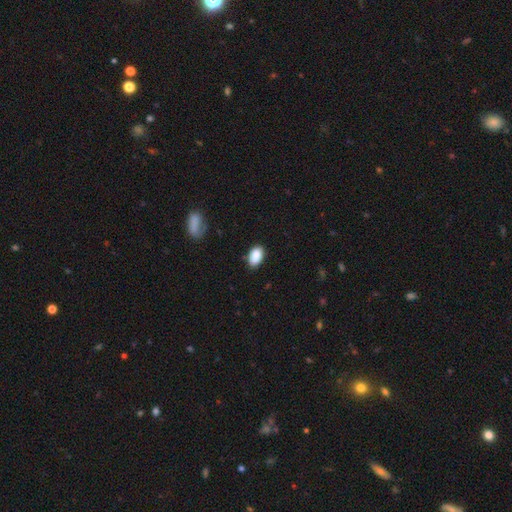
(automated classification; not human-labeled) The model was most divided on "merging": none: 79%, minor disturbance: 16%, major disturbance: 3%, merger: 2%. More confident: how rounded — in between (89%); smooth or featured — smooth (88%).